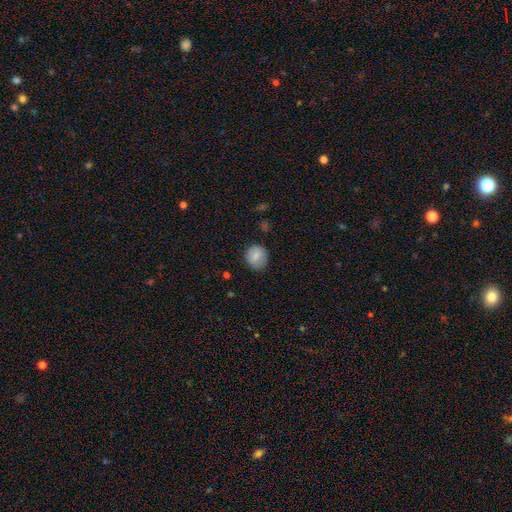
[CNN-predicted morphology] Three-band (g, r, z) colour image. It shows a smooth galaxy with no disk features (78%) that is round (81%). Merging: none (81%).